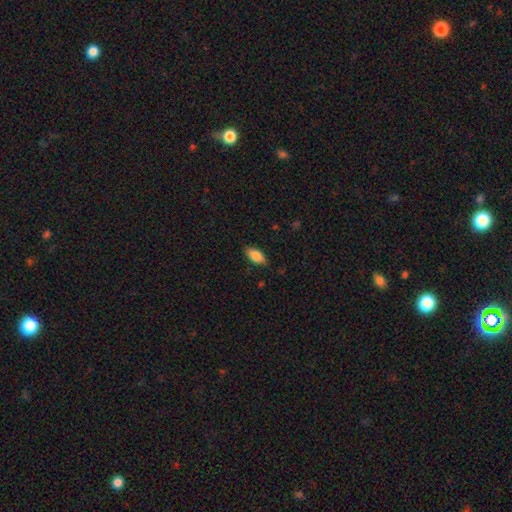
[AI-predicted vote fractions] Smooth or featured? smooth (84%)
How rounded? in between (89%)
Merging? none (83%)